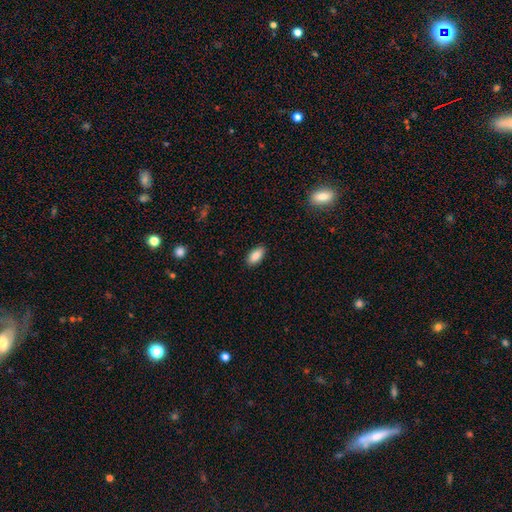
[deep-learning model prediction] A smooth galaxy with no disk features (89%) that is in between round and cigar-shaped (92%).

Vote fractions:
- Smooth or featured? smooth: 89% / star or artifact: 7% / featured or disk: 5%
- How rounded? in between: 92% / cigar-shaped: 6% / round: 3%
- Merging? none: 88% / minor disturbance: 9% / major disturbance: 2% / merger: 1%